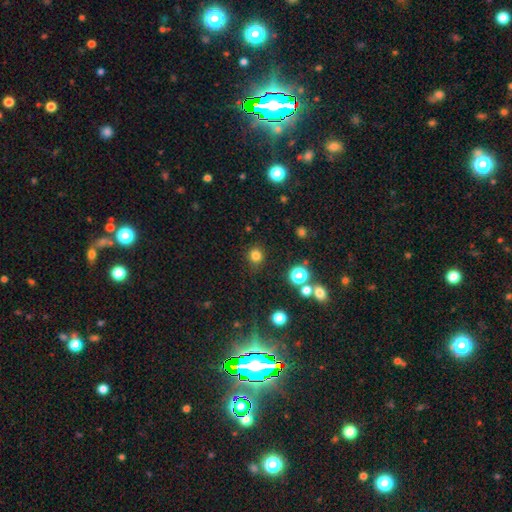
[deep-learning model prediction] A smooth galaxy with no disk features (79%) that is round (91%). Merging: none (87%).